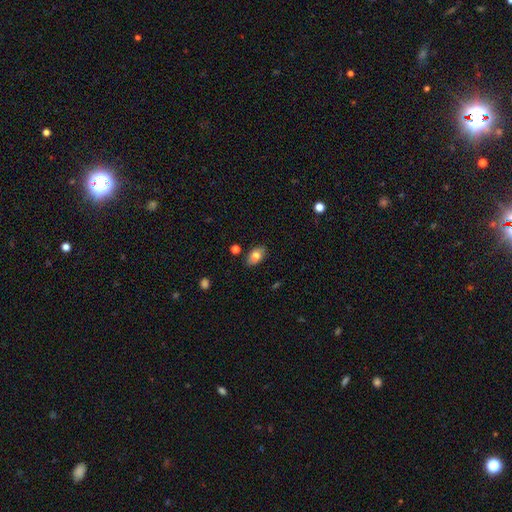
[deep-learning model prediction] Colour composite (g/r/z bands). It shows a smooth galaxy with no disk features (80%) that is in between round and cigar-shaped (90%). Merging: none (85%).